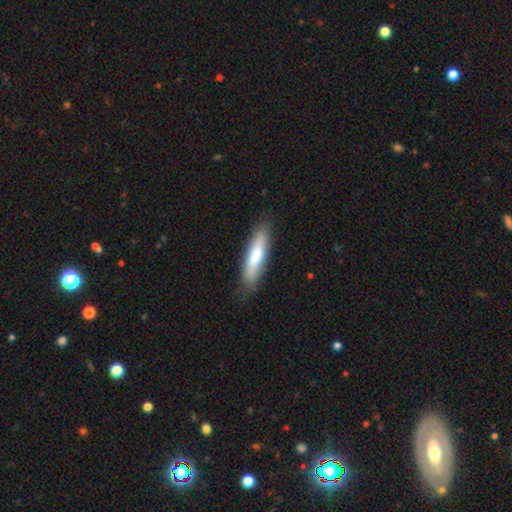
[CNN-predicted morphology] smooth 75%, featured or disk 20%, star or artifact 6%. Down the decision tree: how rounded — cigar-shaped (74%); merging — none (82%).